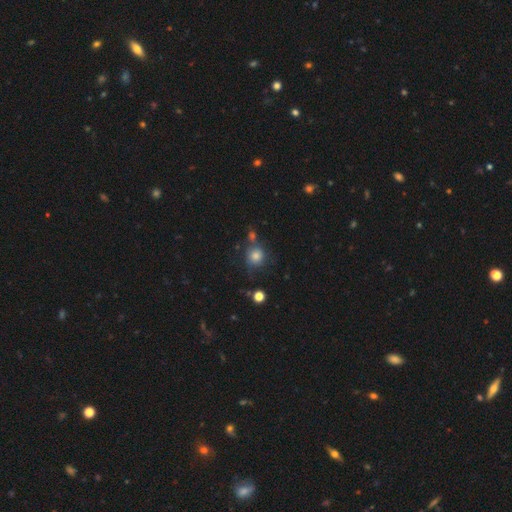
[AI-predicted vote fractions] Smooth or featured? Predicted: smooth (p=0.79). How rounded? Predicted: round (p=0.88). Merging? Predicted: none (p=0.66).